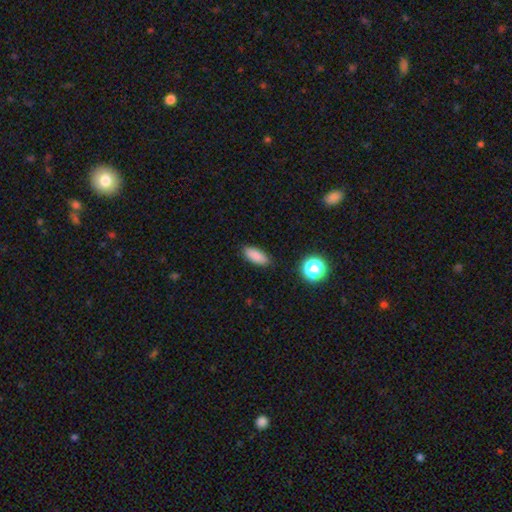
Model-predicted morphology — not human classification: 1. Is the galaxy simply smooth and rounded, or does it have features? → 85% smooth, 10% star or artifact, 5% featured or disk.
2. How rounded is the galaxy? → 77% in between, 19% cigar-shaped, 4% round.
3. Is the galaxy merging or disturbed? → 86% none, 10% minor disturbance, 2% major disturbance, 2% merger.